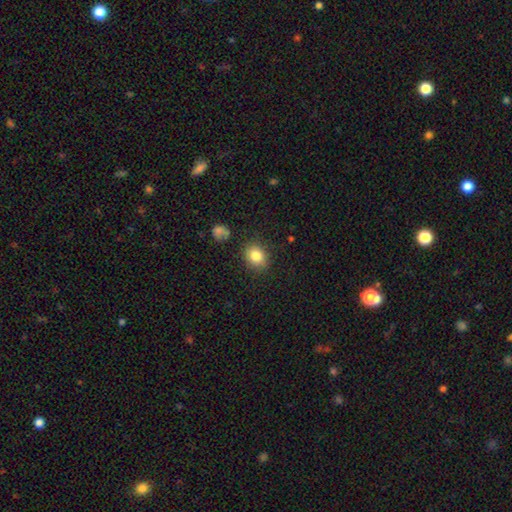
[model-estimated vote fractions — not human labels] This appears to be a smooth galaxy with no disk features (83%) that is round (53%). Merging: none (85%).